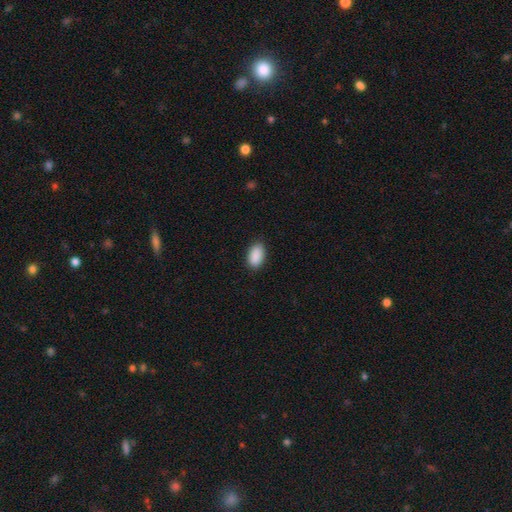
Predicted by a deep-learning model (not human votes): smooth-or-featured: smooth: 91% | star or artifact: 6% | featured or disk: 3%
  how-rounded: in between: 94% | round: 4% | cigar-shaped: 2%
  merging: none: 87% | minor disturbance: 10% | major disturbance: 2% | merger: 1%